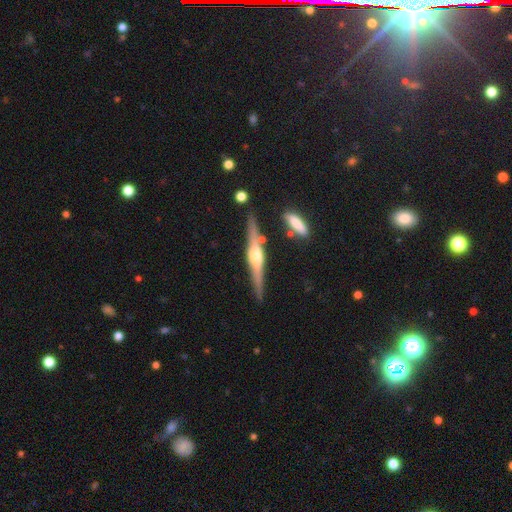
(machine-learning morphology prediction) This appears to be a featured or disk galaxy (81%) viewed edge-on (98%) with a rounded central bulge (86%). Merging: none (83%).